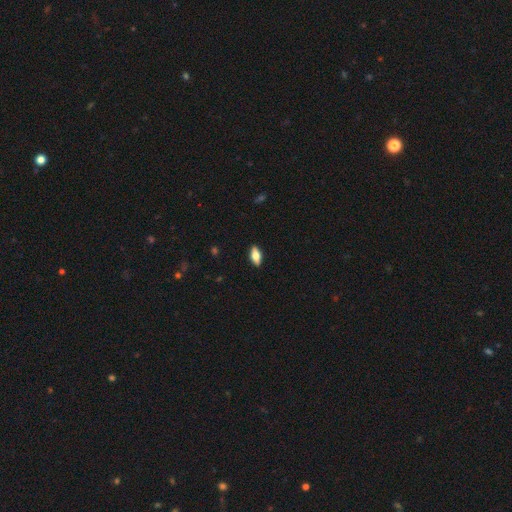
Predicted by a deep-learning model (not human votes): Smooth or featured?
  - smooth: 64% *
  - featured or disk: 29%
  - star or artifact: 7%
How rounded?
  - in between: 81% *
  - cigar-shaped: 16%
  - round: 3%
Merging?
  - none: 89% *
  - minor disturbance: 8%
  - major disturbance: 2%
  - merger: 1%